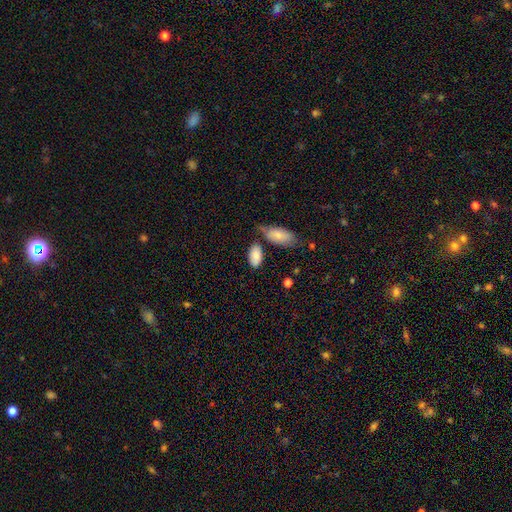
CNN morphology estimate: A smooth galaxy with no disk features (86%) that is in between round and cigar-shaped (94%).

Vote fractions:
- Smooth or featured? smooth: 86% / featured or disk: 8% / star or artifact: 7%
- How rounded? in between: 94% / cigar-shaped: 3% / round: 3%
- Merging? none: 61% / minor disturbance: 19% / merger: 15% / major disturbance: 5%